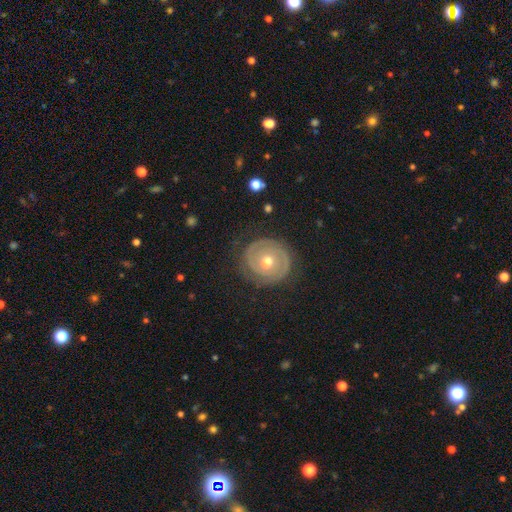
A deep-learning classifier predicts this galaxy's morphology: Smooth or featured? Predicted: featured or disk (p=0.75). Edge-on disk? Predicted: no (p=0.97). Bar? Predicted: no (p=0.61). Spiral arms? Predicted: yes (p=0.79). Spiral winding? Predicted: tight (p=0.72). Spiral arm count? Predicted: 2 (p=0.57). Bulge size? Predicted: moderate (p=0.79). Merging? Predicted: none (p=0.82).